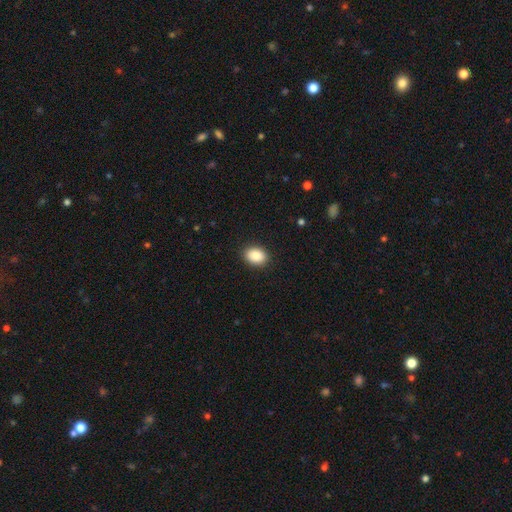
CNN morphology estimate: smooth-or-featured: smooth: 89% | star or artifact: 7% | featured or disk: 3%
  how-rounded: in between: 73% | round: 26% | cigar-shaped: 1%
  merging: none: 90% | minor disturbance: 7% | major disturbance: 2% | merger: 1%